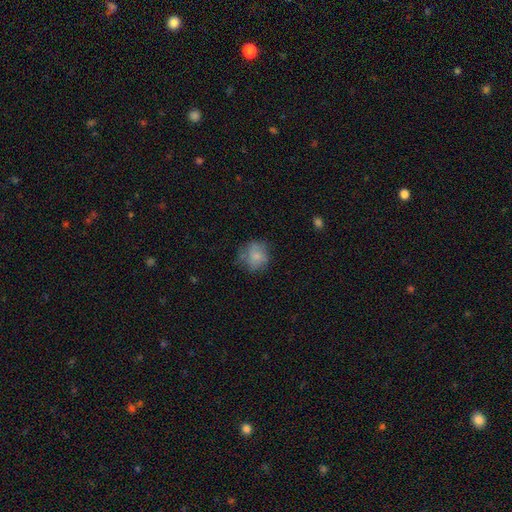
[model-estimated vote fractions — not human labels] This appears to be a smooth galaxy with no disk features (74%) that is round (81%). Merging: none (63%).